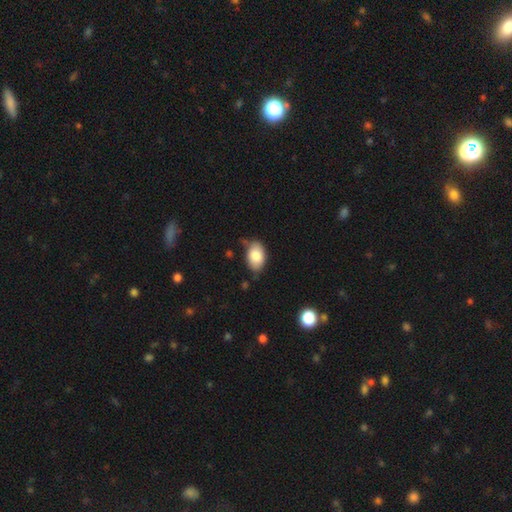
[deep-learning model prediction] Smooth or featured: smooth — 83% (featured or disk — 10%)
How rounded: in between — 90% (round — 8%)
Merging: none — 67% (minor disturbance — 25%)